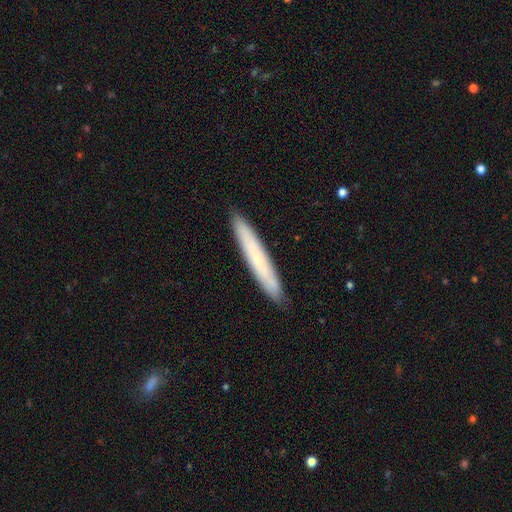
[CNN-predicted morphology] The model was most divided on "smooth or featured": smooth: 65%, featured or disk: 29%, star or artifact: 6%. More confident: how rounded — cigar-shaped (95%); merging — none (91%).